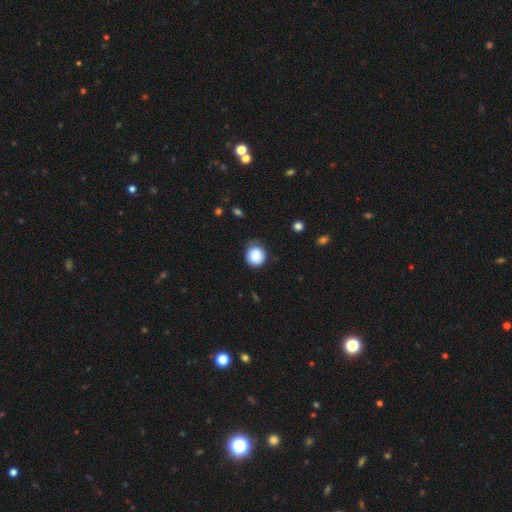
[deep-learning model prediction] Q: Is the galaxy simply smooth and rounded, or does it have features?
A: smooth — 85%.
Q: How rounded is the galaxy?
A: round — 88%.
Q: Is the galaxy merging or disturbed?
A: none — 65%.